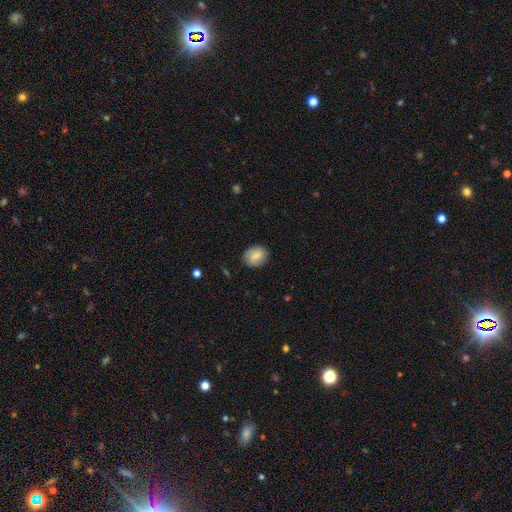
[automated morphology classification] Overall: smooth (73%). How rounded: round (50%; in between 49%). Merging: none (79%).